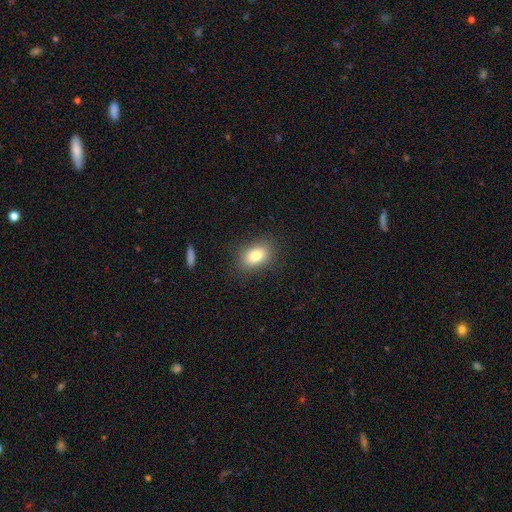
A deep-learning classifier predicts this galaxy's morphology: A smooth galaxy with no disk features (79%) that is in between round and cigar-shaped (80%).

Vote fractions:
- Smooth or featured? smooth: 79% / featured or disk: 11% / star or artifact: 10%
- How rounded? in between: 80% / round: 19% / cigar-shaped: 2%
- Merging? none: 85% / minor disturbance: 10% / major disturbance: 3% / merger: 1%